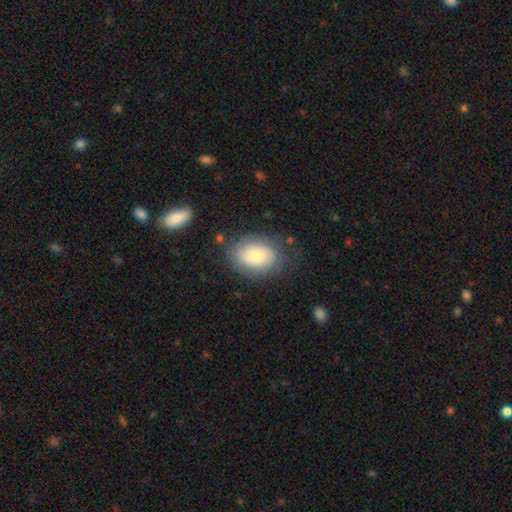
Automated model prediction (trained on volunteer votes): A smooth galaxy with no disk features (73%) that is in between round and cigar-shaped (81%).

Vote fractions:
- Smooth or featured? smooth: 73% / featured or disk: 20% / star or artifact: 7%
- How rounded? in between: 81% / round: 18% / cigar-shaped: 1%
- Merging? none: 70% / minor disturbance: 19% / major disturbance: 9% / merger: 2%